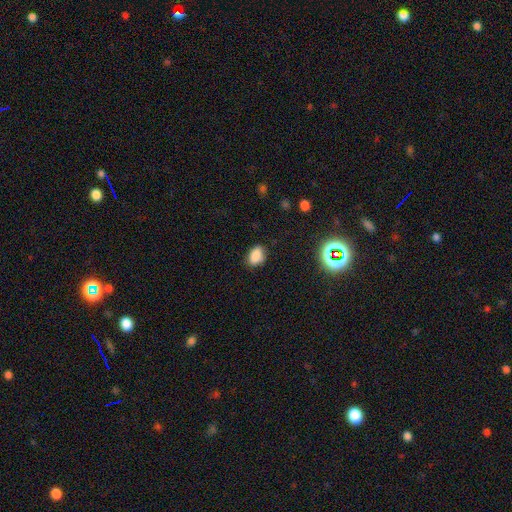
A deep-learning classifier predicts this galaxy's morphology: Smooth or featured: smooth — 83% (star or artifact — 11%)
How rounded: in between — 82% (round — 16%)
Merging: none — 76% (minor disturbance — 19%)